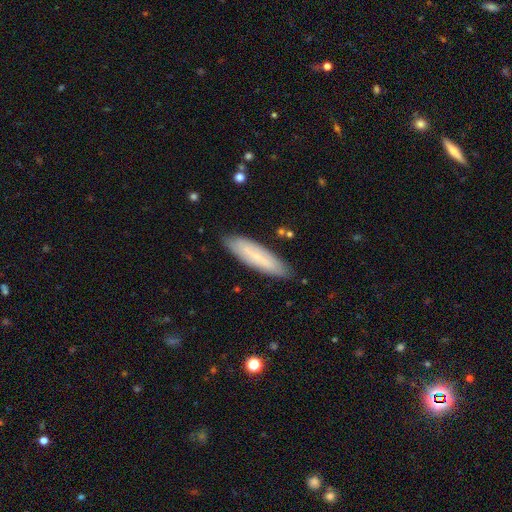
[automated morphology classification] smooth 67%, featured or disk 26%, star or artifact 7%. Down the decision tree: how rounded — cigar-shaped (70%); merging — none (86%).